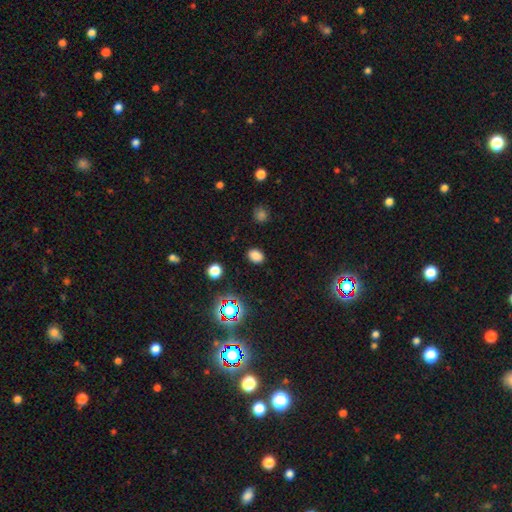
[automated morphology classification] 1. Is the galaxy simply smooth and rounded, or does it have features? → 78% smooth, 17% star or artifact, 5% featured or disk.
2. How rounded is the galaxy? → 72% in between, 27% round, 1% cigar-shaped.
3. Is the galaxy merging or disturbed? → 87% none, 9% minor disturbance, 3% major disturbance, 1% merger.